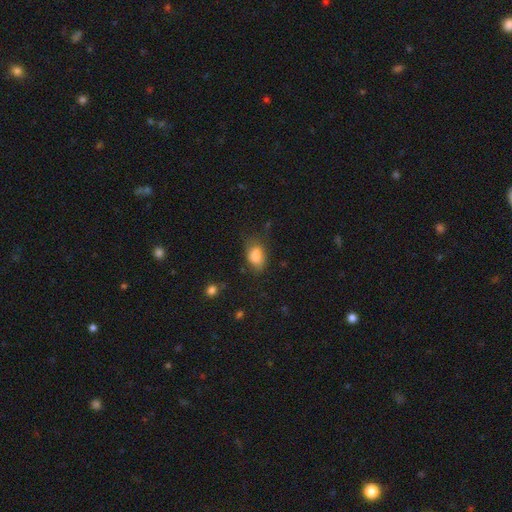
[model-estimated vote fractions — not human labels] The model was most divided on "merging": none: 58%, minor disturbance: 28%, major disturbance: 11%, merger: 3%. More confident: smooth or featured — smooth (84%); how rounded — in between (83%).